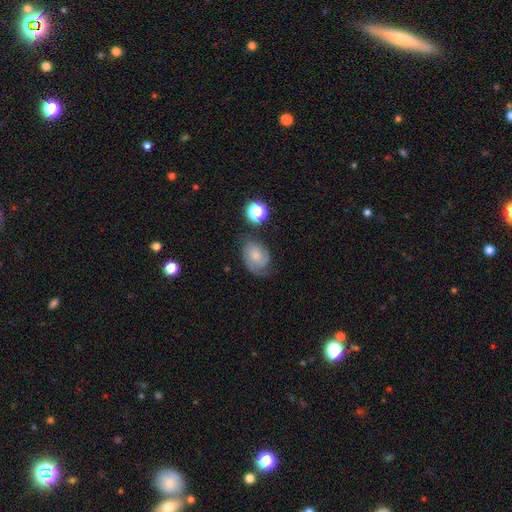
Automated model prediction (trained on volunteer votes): This appears to be a featured or disk galaxy (64%) with no bar (74%), 2 (41%) tight (50%) spiral arms (92%) and a small central bulge (51%). Merging: none (58%).